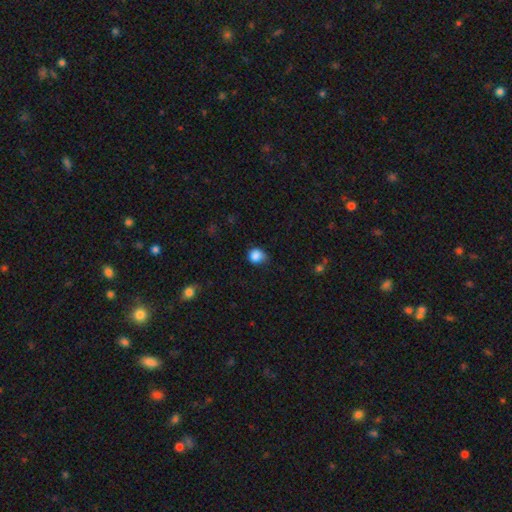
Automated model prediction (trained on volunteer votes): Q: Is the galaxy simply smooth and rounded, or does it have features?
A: smooth — 86%.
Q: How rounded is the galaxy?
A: round — 75%.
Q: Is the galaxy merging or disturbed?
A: none — 58%.